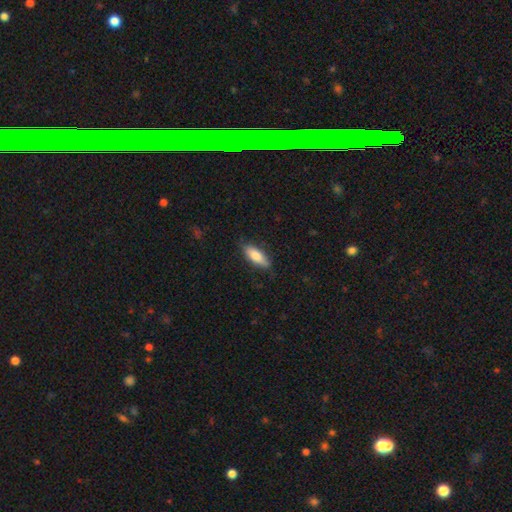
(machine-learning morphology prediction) This appears to be a smooth galaxy with no disk features (79%) that is in between round and cigar-shaped (66%). Merging: none (82%).